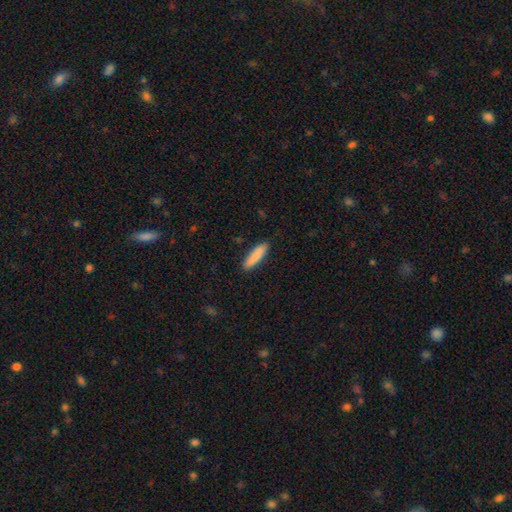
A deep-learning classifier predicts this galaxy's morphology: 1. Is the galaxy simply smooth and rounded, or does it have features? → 87% smooth, 7% featured or disk, 6% star or artifact.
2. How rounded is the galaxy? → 76% cigar-shaped, 22% in between, 1% round.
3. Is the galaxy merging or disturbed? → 89% none, 8% minor disturbance, 2% major disturbance, 1% merger.